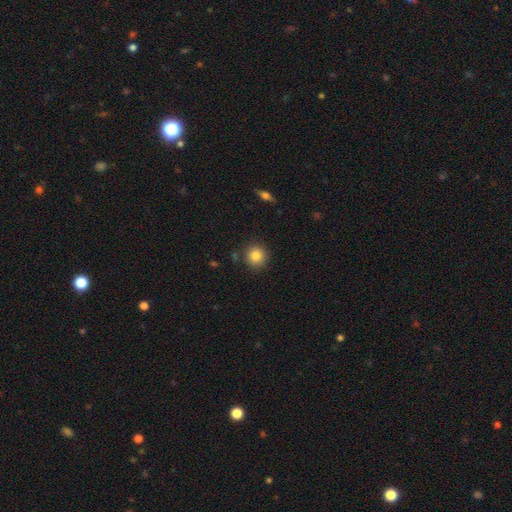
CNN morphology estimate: smooth-or-featured: smooth: 84% | star or artifact: 10% | featured or disk: 6%
  how-rounded: round: 92% | in between: 7% | cigar-shaped: 1%
  merging: none: 88% | minor disturbance: 8% | merger: 2% | major disturbance: 2%